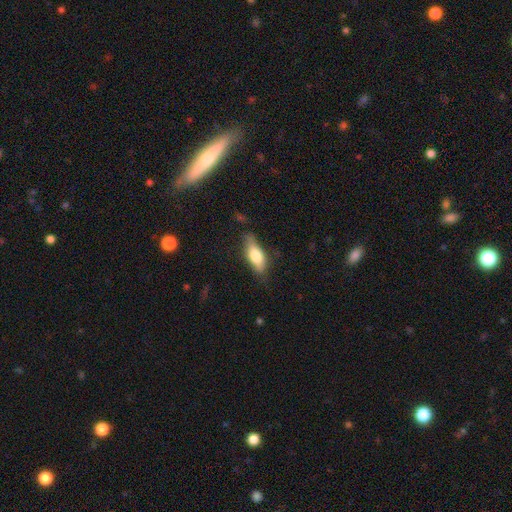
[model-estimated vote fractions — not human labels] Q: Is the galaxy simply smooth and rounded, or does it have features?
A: smooth — 70%.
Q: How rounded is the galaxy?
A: in between — 69%.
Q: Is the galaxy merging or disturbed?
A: none — 71%.